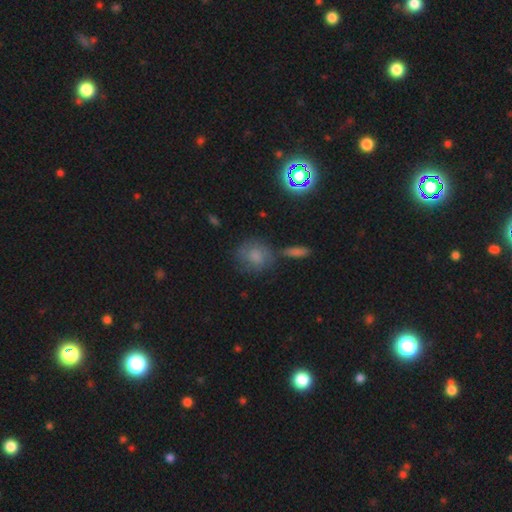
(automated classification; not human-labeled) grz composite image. It shows a smooth galaxy with no disk features (60%) that is round (75%). Merging: none (63%).